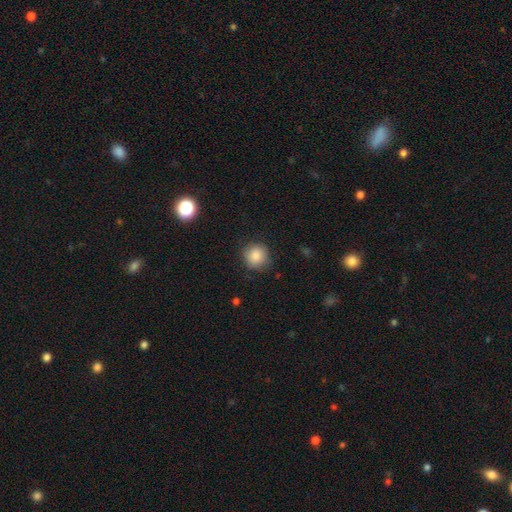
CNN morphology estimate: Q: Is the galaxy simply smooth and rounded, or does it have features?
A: smooth — 85%.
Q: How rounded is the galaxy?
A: round — 91%.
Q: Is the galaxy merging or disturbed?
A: none — 84%.